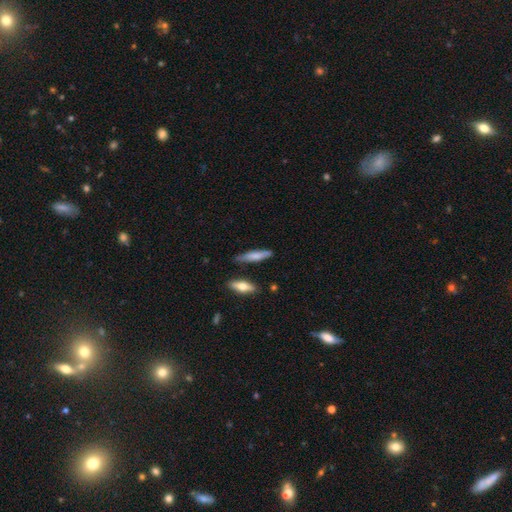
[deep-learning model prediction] Smooth or featured? smooth (68%)
How rounded? cigar-shaped (80%)
Merging? none (76%)